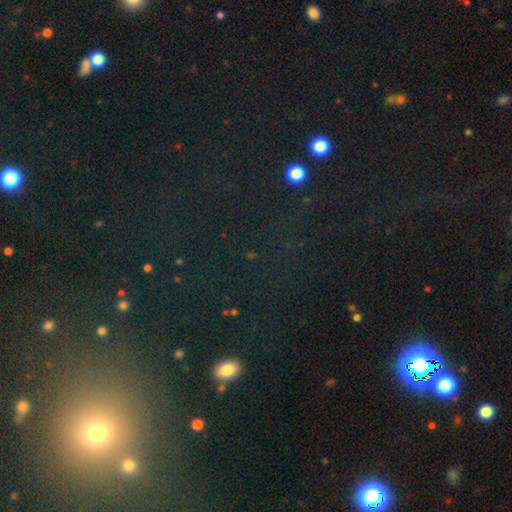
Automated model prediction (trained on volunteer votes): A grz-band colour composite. It shows a star or artifact, not a galaxy (64%).